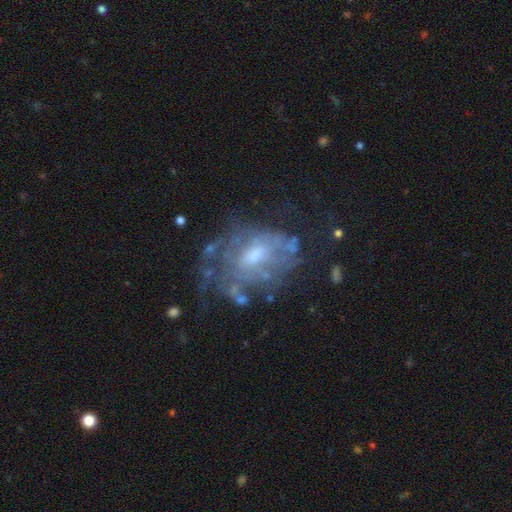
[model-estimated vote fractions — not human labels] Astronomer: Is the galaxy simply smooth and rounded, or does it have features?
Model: featured or disk — 67%.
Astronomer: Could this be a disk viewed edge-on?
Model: no — 96%.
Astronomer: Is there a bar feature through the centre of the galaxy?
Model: no — 68%.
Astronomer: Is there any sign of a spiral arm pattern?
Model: no — 59% (runner-up: yes, 41%).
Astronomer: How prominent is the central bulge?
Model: moderate — 54% (runner-up: small, 33%).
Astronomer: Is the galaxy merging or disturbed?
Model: none — 50%.